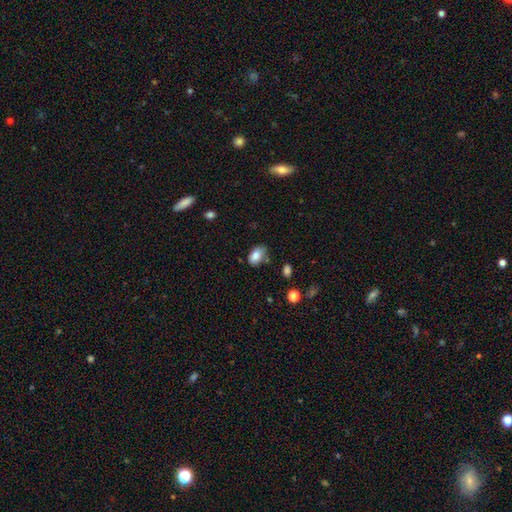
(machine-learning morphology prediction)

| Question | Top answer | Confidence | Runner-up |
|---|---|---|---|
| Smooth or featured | smooth | 83% | star or artifact (8%) |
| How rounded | in between | 88% | round (11%) |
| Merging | none | 64% | minor disturbance (25%) |